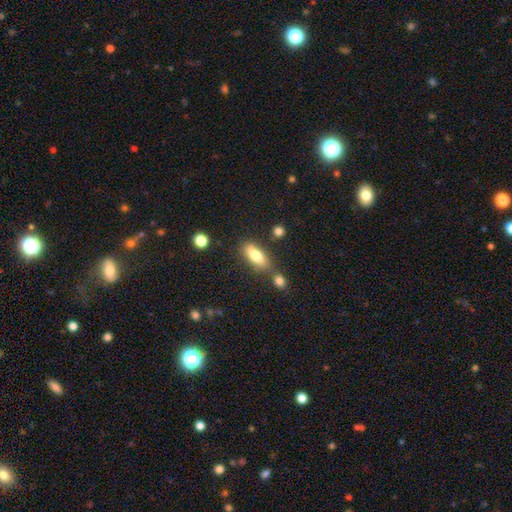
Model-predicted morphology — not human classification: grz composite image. It shows a smooth galaxy with no disk features (77%) that is in between round and cigar-shaped (77%). Merging: none (66%).